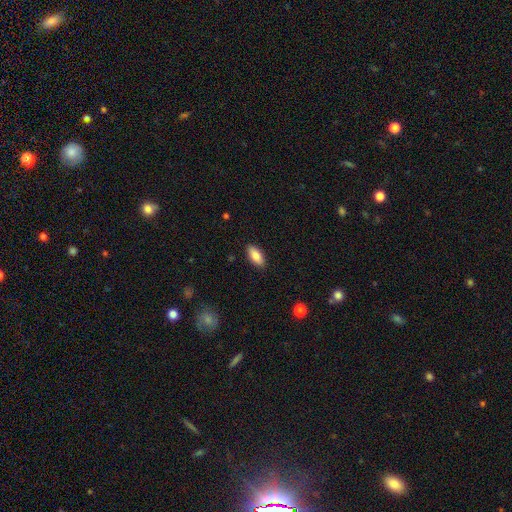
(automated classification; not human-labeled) Overall: smooth (87%). How rounded: in between (89%). Merging: none (89%).